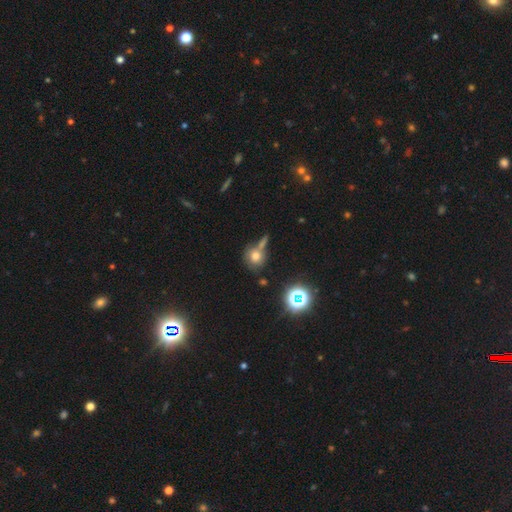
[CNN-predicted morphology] smooth_or_featured: smooth (p=0.61) [alt: star or artifact p=0.25]
how_rounded: round (p=0.84) [alt: in between p=0.14]
merging: none (p=0.57) [alt: merger p=0.24]